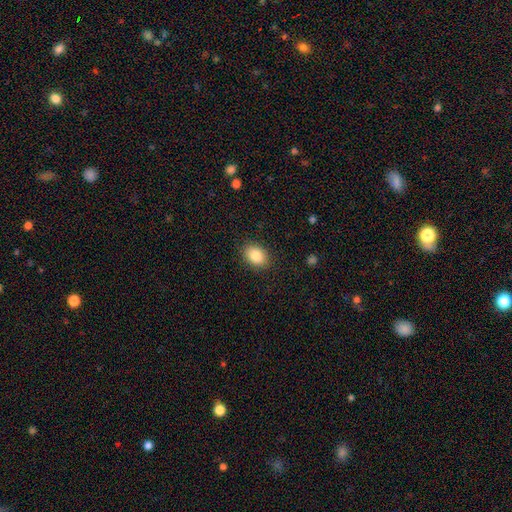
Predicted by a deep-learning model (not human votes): A smooth galaxy with no disk features (85%) that is in between round and cigar-shaped (69%).

Vote fractions:
- Smooth or featured? smooth: 85% / star or artifact: 8% / featured or disk: 7%
- How rounded? in between: 69% / round: 30% / cigar-shaped: 1%
- Merging? none: 88% / minor disturbance: 8% / major disturbance: 2% / merger: 1%